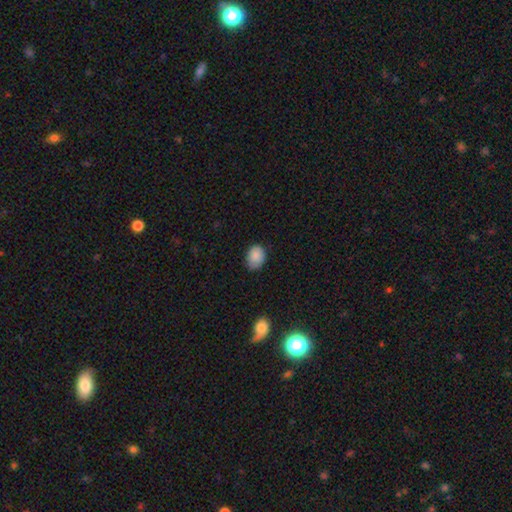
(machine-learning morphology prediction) Q: Smooth or featured?
A: smooth (87%); runner-up: star or artifact (8%)
Q: How rounded?
A: in between (63%); runner-up: round (36%)
Q: Merging?
A: none (70%); runner-up: minor disturbance (25%)